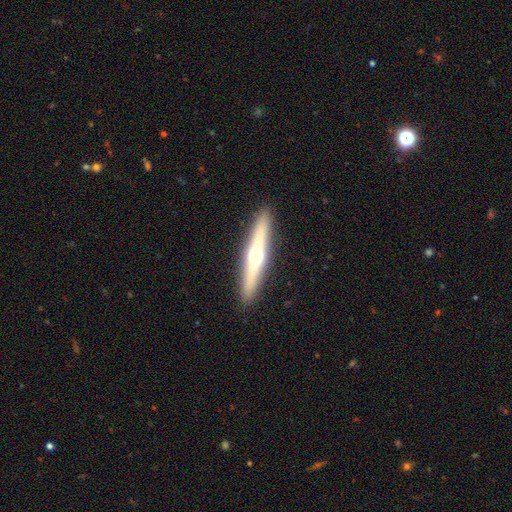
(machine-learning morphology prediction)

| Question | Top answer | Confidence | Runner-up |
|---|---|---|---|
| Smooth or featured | featured or disk | 65% | smooth (29%) |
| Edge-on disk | yes | 96% | no (4%) |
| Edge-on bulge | rounded | 93% | none (4%) |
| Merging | none | 92% | minor disturbance (6%) |